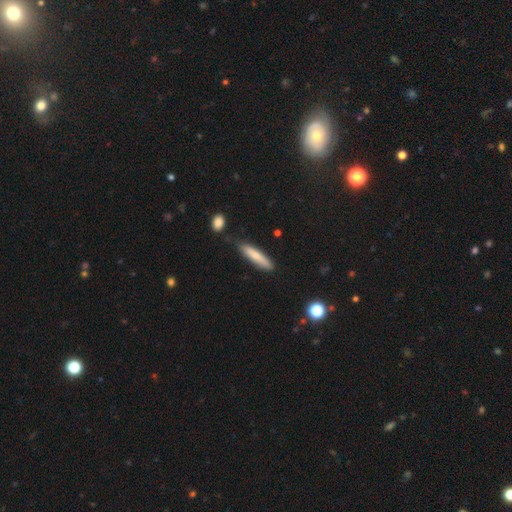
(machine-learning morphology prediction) A smooth galaxy with no disk features (73%) that is cigar-shaped (83%). Merging: none (78%).